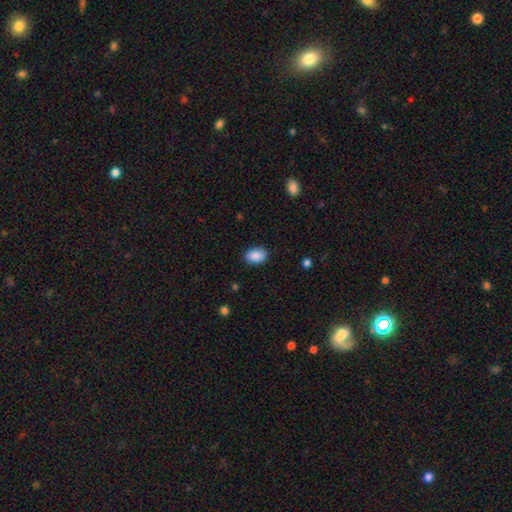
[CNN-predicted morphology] A smooth galaxy with no disk features (89%) that is in between round and cigar-shaped (80%).

Vote fractions:
- Smooth or featured? smooth: 89% / star or artifact: 7% / featured or disk: 4%
- How rounded? in between: 80% / round: 19% / cigar-shaped: 1%
- Merging? none: 87% / minor disturbance: 10% / major disturbance: 2% / merger: 1%